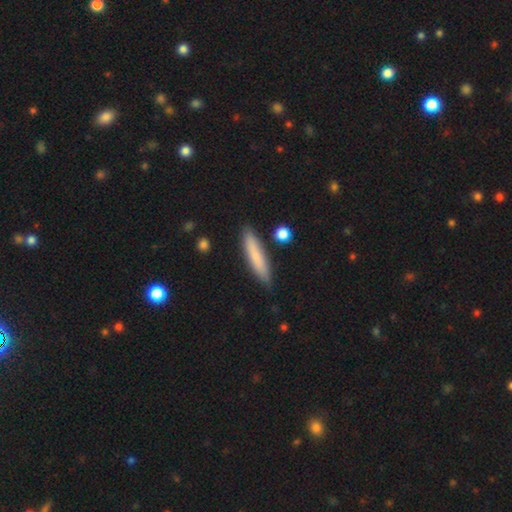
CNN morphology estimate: Smooth or featured? smooth (75%)
How rounded? cigar-shaped (88%)
Merging? none (85%)